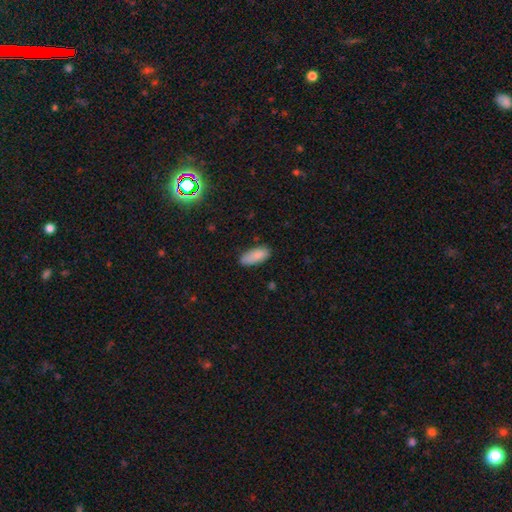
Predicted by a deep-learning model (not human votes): Smooth or featured? smooth (87%)
How rounded? in between (85%)
Merging? none (76%)